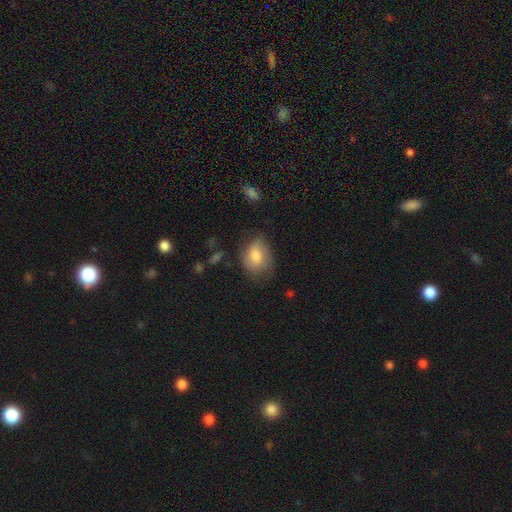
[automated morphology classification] Smooth or featured? smooth (75%)
How rounded? in between (55%)
Merging? none (57%)